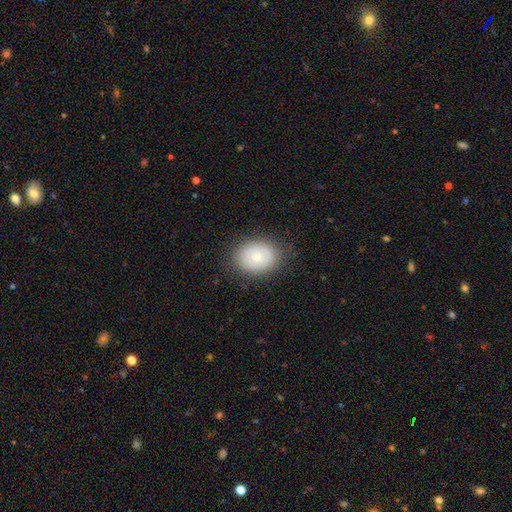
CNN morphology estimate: This appears to be a smooth galaxy with no disk features (73%) that is in between round and cigar-shaped (62%). Merging: none (84%).